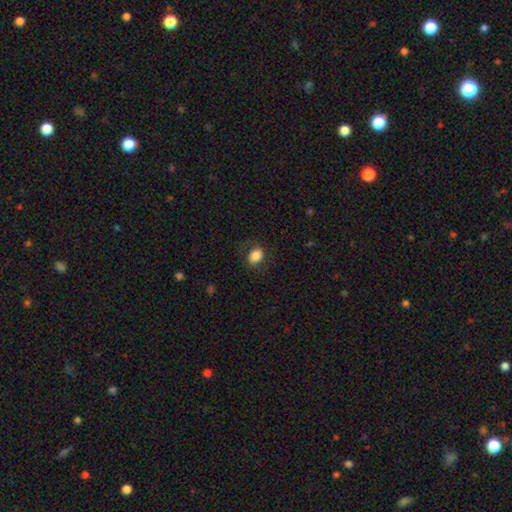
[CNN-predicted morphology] The model was most divided on "how rounded": in between: 60%, round: 39%, cigar-shaped: 1%. More confident: smooth or featured — smooth (81%); merging — none (77%).